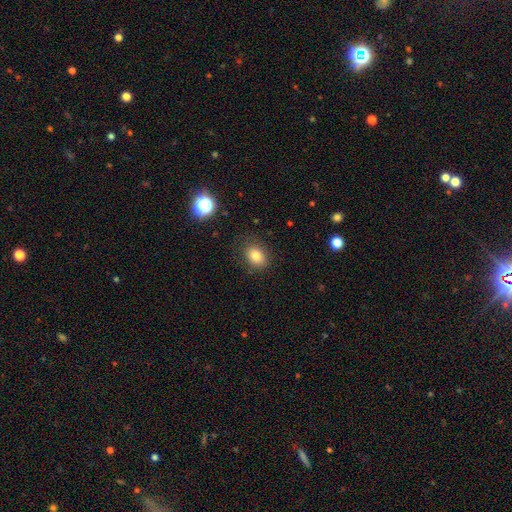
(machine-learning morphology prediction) Q: Smooth or featured?
A: smooth (81%); runner-up: star or artifact (11%)
Q: How rounded?
A: in between (67%); runner-up: round (32%)
Q: Merging?
A: none (82%); runner-up: minor disturbance (13%)